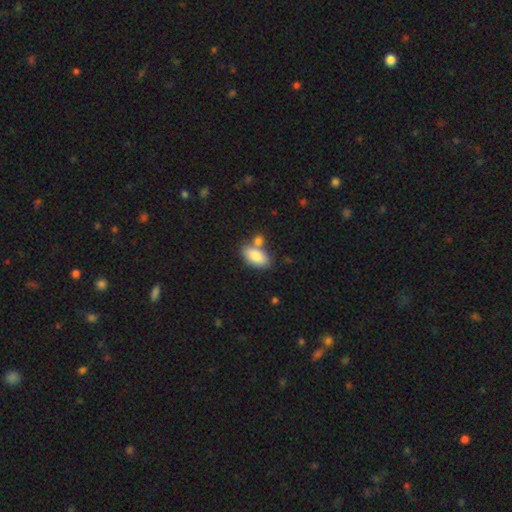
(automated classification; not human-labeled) smooth-or-featured: smooth: 85% | featured or disk: 9% | star or artifact: 6%
  how-rounded: in between: 92% | cigar-shaped: 5% | round: 4%
  merging: none: 59% | merger: 24% | minor disturbance: 14% | major disturbance: 4%